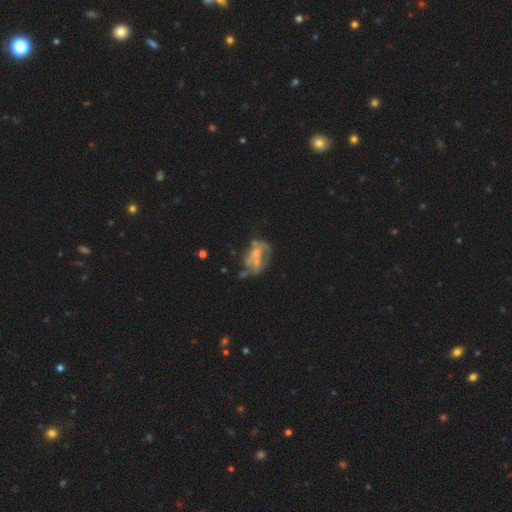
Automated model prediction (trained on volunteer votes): smooth_or_featured: featured or disk (p=0.61) [alt: smooth p=0.28]
disk_edge_on: no (p=0.97) [alt: yes p=0.03]
bar: no (p=0.78) [alt: weak p=0.17]
has_spiral_arms: no (p=0.75) [alt: yes p=0.25]
bulge_size: small (p=0.44) [alt: none p=0.27]
merging: none (p=0.32) [alt: major disturbance p=0.26]